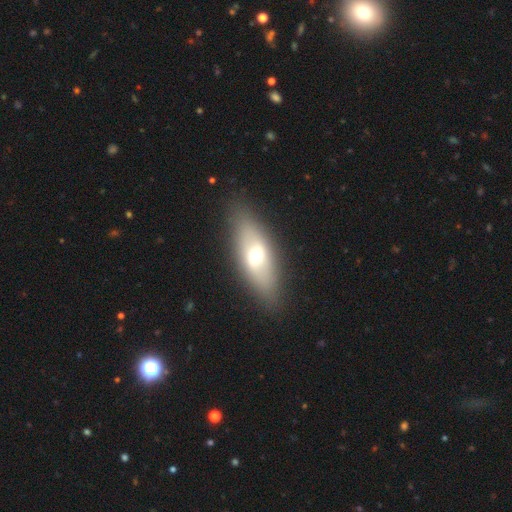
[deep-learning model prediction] This appears to be a smooth galaxy with no disk features (54%) that is in between round and cigar-shaped (67%). Merging: none (85%).